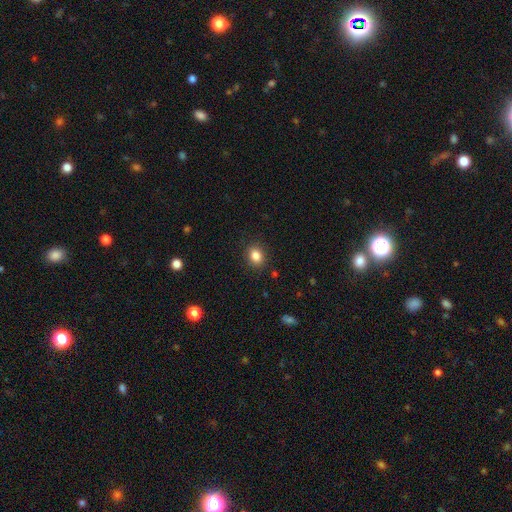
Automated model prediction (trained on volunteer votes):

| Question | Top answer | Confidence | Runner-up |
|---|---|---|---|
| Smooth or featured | smooth | 85% | star or artifact (10%) |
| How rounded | in between | 51% | round (48%) |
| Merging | none | 88% | minor disturbance (8%) |